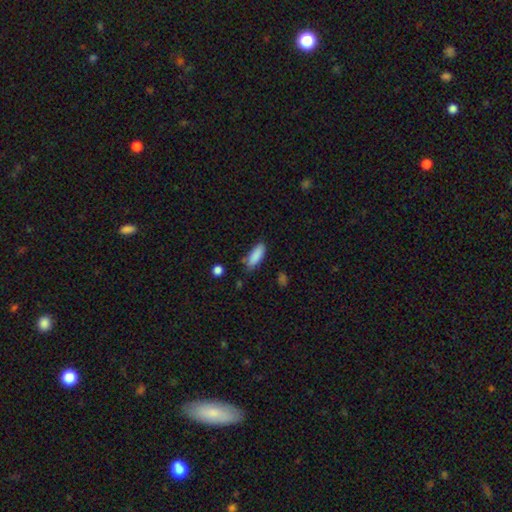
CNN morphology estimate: Smooth or featured: smooth — 88% (star or artifact — 7%)
How rounded: in between — 68% (cigar-shaped — 30%)
Merging: none — 73% (minor disturbance — 20%)